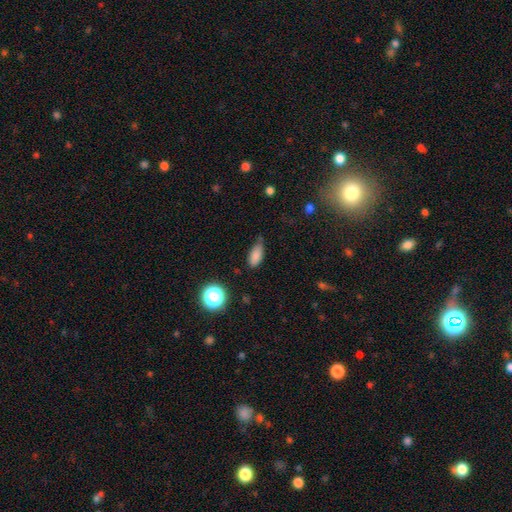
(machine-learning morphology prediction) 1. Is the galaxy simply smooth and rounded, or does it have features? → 83% smooth, 11% star or artifact, 6% featured or disk.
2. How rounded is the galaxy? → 83% in between, 12% cigar-shaped, 5% round.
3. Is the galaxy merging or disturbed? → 55% none, 35% minor disturbance, 7% major disturbance, 3% merger.